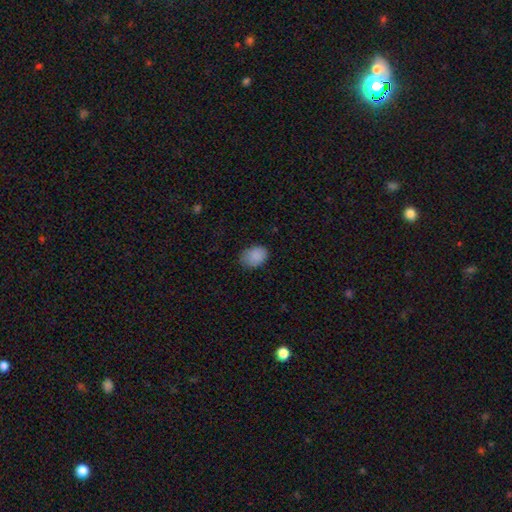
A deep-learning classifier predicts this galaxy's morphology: smooth-or-featured: smooth: 88% | star or artifact: 8% | featured or disk: 4%
  how-rounded: in between: 71% | round: 28% | cigar-shaped: 1%
  merging: none: 77% | minor disturbance: 18% | major disturbance: 4% | merger: 1%